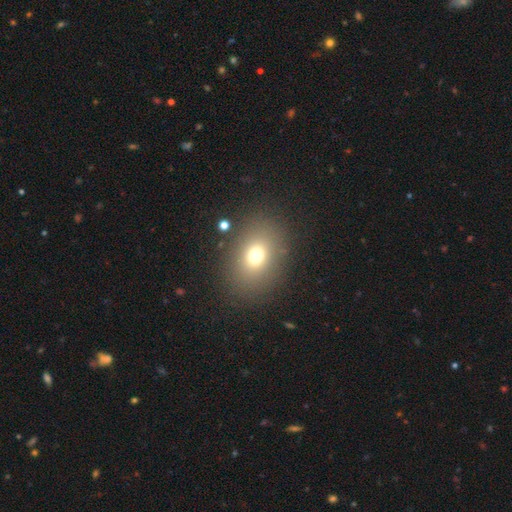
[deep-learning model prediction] Smooth or featured: smooth — 72% (star or artifact — 16%)
How rounded: in between — 60% (round — 39%)
Merging: none — 85% (minor disturbance — 8%)